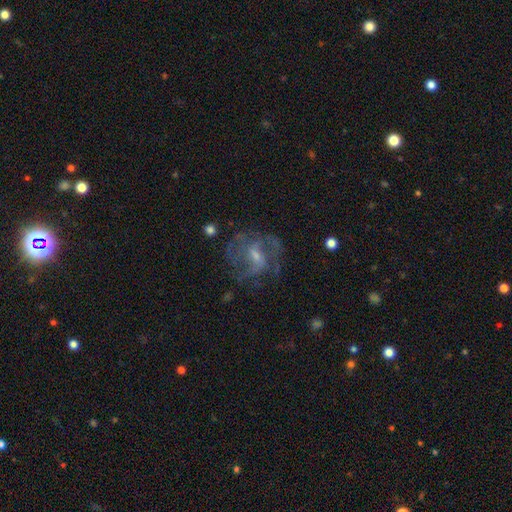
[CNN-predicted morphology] Smooth or featured: featured or disk — 75% (smooth — 14%)
Edge-on disk: no — 97% (yes — 3%)
Bar: weak — 51% (no — 34%)
Spiral arms: yes — 83% (no — 17%)
Spiral winding: medium — 49% (tight — 26%)
Spiral arm count: 2 — 34% (can't tell — 31%)
Bulge size: small — 50% (moderate — 38%)
Merging: none — 63% (major disturbance — 18%)